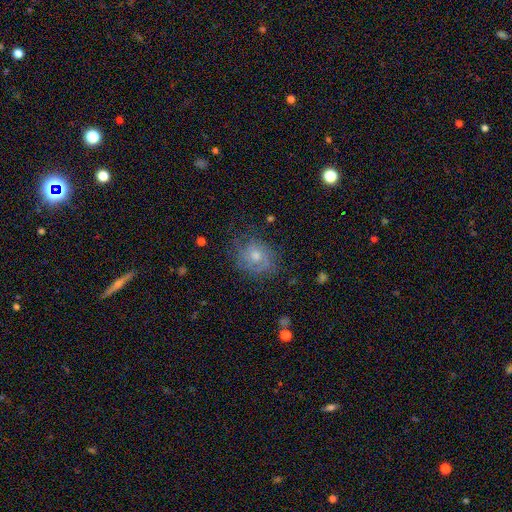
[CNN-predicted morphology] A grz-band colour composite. It shows a featured or disk galaxy (58%) with no bar (73%), spiral arms (83%) and a moderate central bulge (56%). Merging: none (70%).